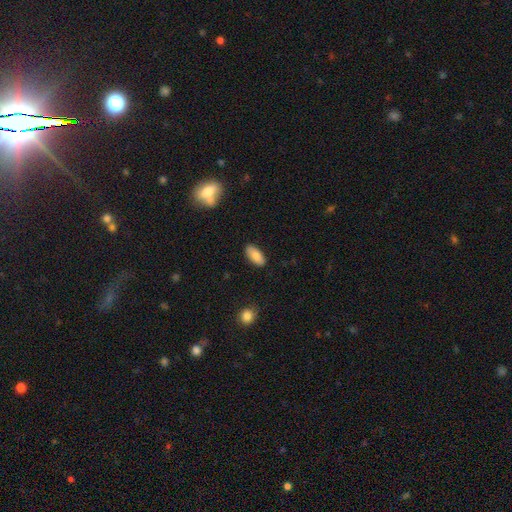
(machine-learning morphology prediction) Q: Smooth or featured?
A: smooth (83%); runner-up: featured or disk (10%)
Q: How rounded?
A: in between (88%); runner-up: cigar-shaped (9%)
Q: Merging?
A: none (86%); runner-up: minor disturbance (10%)